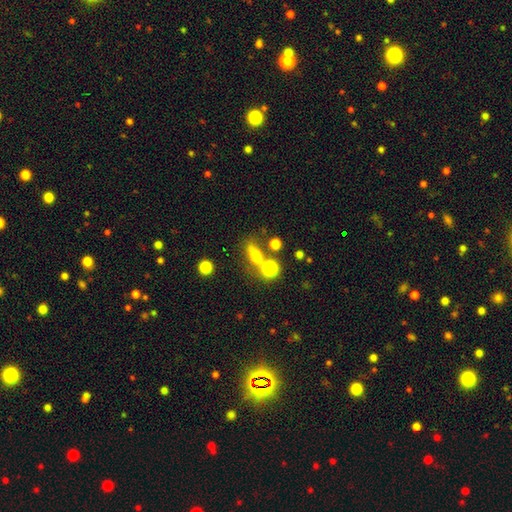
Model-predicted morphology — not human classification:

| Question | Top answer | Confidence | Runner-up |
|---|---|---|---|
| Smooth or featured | smooth | 62% | featured or disk (21%) |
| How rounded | in between | 55% | round (32%) |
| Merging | none | 54% | merger (25%) |